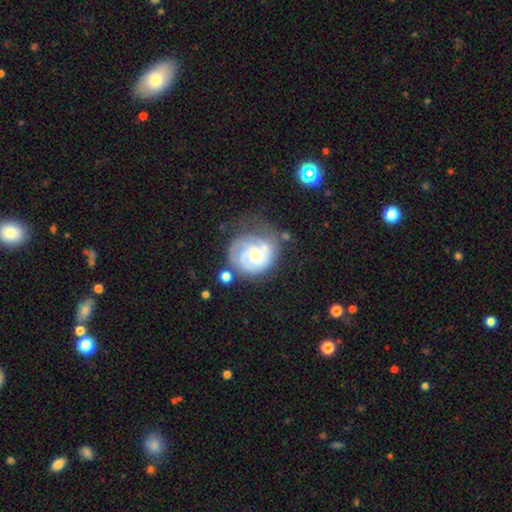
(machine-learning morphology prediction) smooth_or_featured: featured or disk (p=0.77) [alt: smooth p=0.17]
disk_edge_on: no (p=0.98) [alt: yes p=0.02]
bar: no (p=0.73) [alt: weak p=0.23]
has_spiral_arms: yes (p=0.91) [alt: no p=0.09]
spiral_winding: tight (p=0.70) [alt: medium p=0.24]
spiral_arm_count: 2 (p=0.38) [alt: can't tell p=0.27]
bulge_size: moderate (p=0.54) [alt: small p=0.35]
merging: none (p=0.52) [alt: minor disturbance p=0.25]